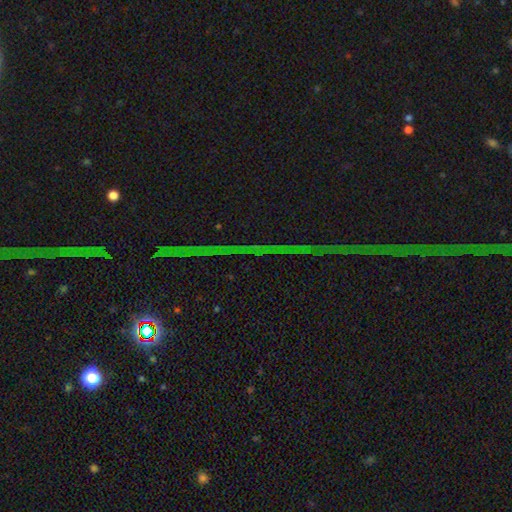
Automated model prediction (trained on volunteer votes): A star or artifact, not a galaxy (81%).

Vote fractions:
- Smooth or featured? star or artifact: 81% / featured or disk: 11% / smooth: 8%